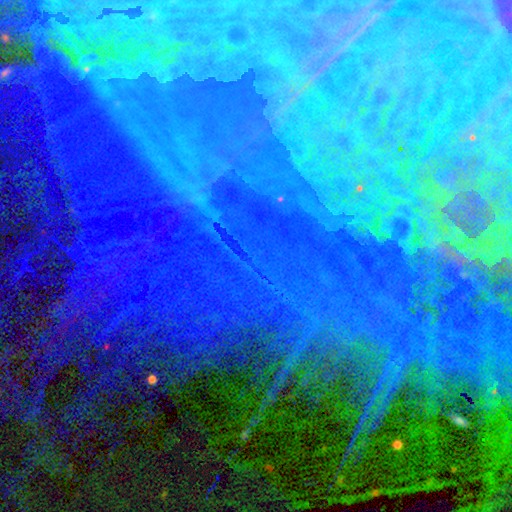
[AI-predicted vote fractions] Smooth or featured: star or artifact — 76% (featured or disk — 15%)